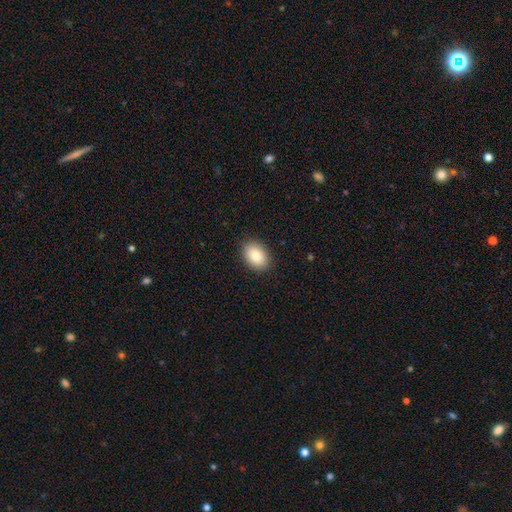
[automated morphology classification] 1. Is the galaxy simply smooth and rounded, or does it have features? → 85% smooth, 8% featured or disk, 8% star or artifact.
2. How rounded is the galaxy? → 82% in between, 17% round, 1% cigar-shaped.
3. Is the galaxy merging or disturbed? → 89% none, 8% minor disturbance, 2% major disturbance, 1% merger.